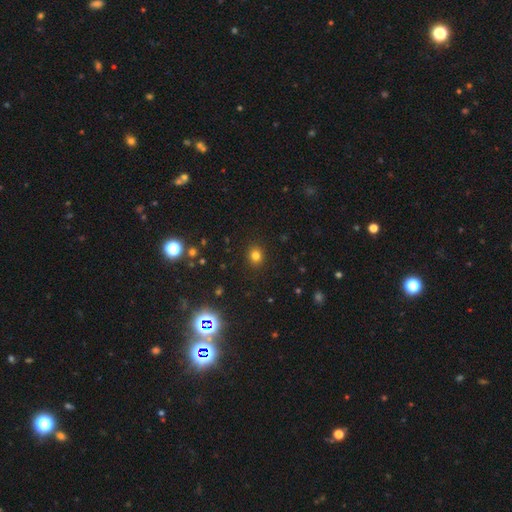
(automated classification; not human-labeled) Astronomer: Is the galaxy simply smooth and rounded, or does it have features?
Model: smooth — 78%.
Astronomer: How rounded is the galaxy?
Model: round — 78%.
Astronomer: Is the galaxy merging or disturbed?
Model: none — 90%.